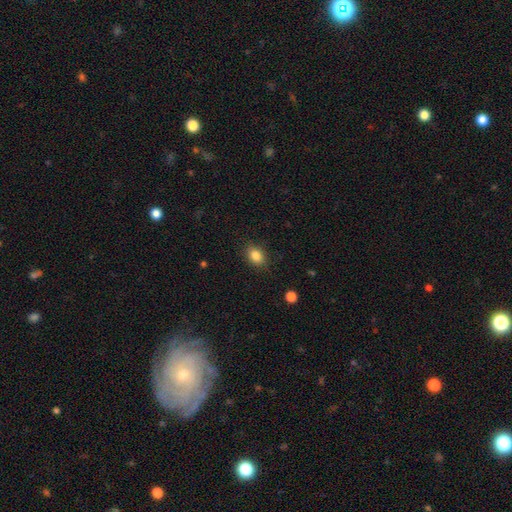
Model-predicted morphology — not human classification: Smooth or featured? Predicted: smooth (p=0.85). How rounded? Predicted: in between (p=0.74). Merging? Predicted: none (p=0.86).